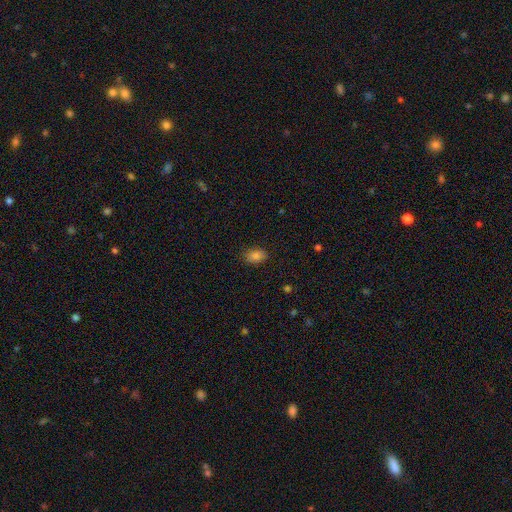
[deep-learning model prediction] This appears to be a smooth galaxy with no disk features (84%) that is in between round and cigar-shaped (83%). Merging: none (85%).